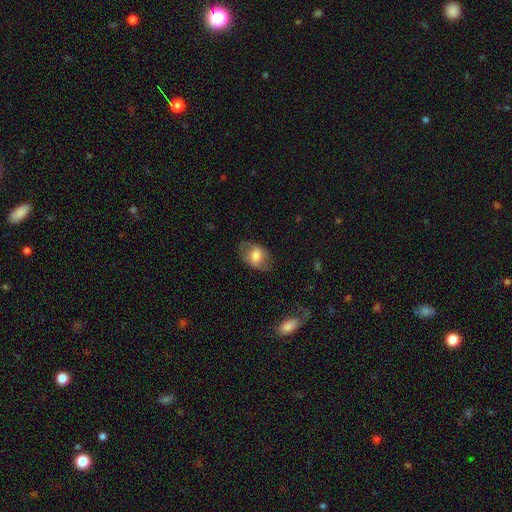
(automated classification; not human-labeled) Q: Smooth or featured?
A: smooth (63%); runner-up: featured or disk (30%)
Q: How rounded?
A: in between (82%); runner-up: round (17%)
Q: Merging?
A: none (71%); runner-up: minor disturbance (19%)